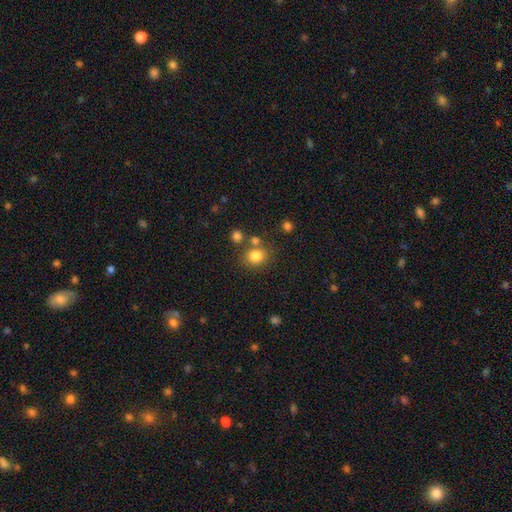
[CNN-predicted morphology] Q: Smooth or featured?
A: smooth (81%); runner-up: star or artifact (12%)
Q: How rounded?
A: round (76%); runner-up: in between (24%)
Q: Merging?
A: none (70%); runner-up: merger (15%)